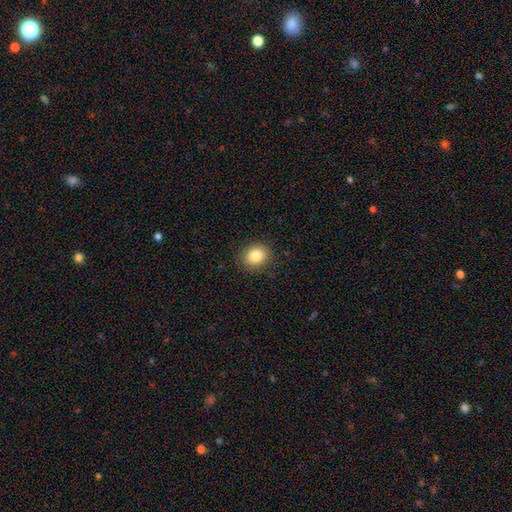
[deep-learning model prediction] smooth-or-featured: smooth: 84% | star or artifact: 9% | featured or disk: 6%
  how-rounded: round: 62% | in between: 37% | cigar-shaped: 1%
  merging: none: 88% | minor disturbance: 9% | major disturbance: 3% | merger: 1%